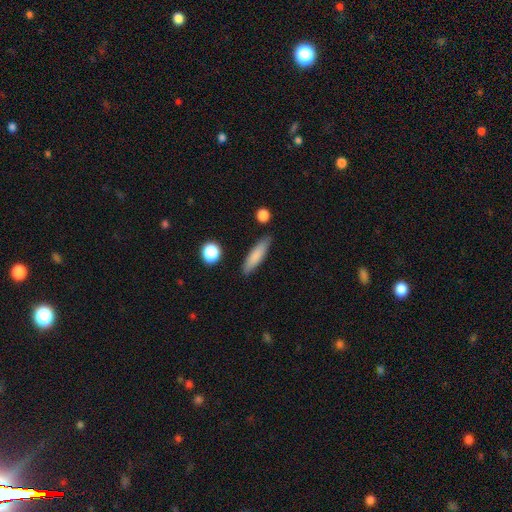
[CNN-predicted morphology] smooth 80%, featured or disk 14%, star or artifact 7%. Down the decision tree: how rounded — cigar-shaped (74%); merging — none (84%).